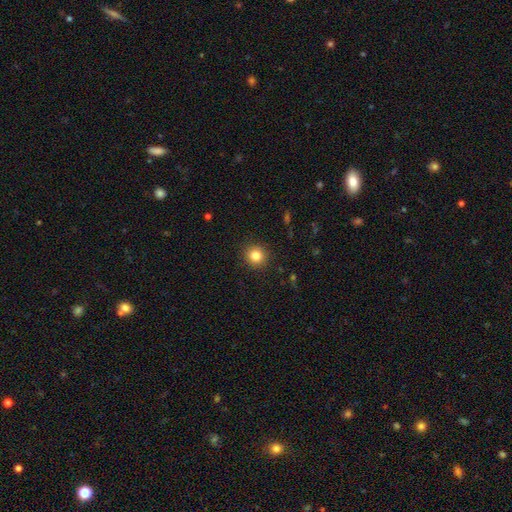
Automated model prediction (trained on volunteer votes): Smooth or featured? Predicted: smooth (p=0.82). How rounded? Predicted: round (p=0.91). Merging? Predicted: none (p=0.91).